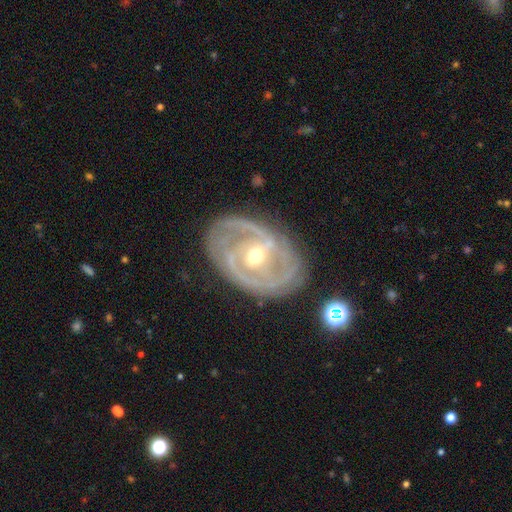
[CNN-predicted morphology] Smooth or featured? Predicted: featured or disk (p=0.89). Edge-on disk? Predicted: no (p=0.96). Bar? Predicted: weak (p=0.43). Spiral arms? Predicted: yes (p=0.93). Spiral winding? Predicted: tight (p=0.55). Spiral arm count? Predicted: 2 (p=0.57). Bulge size? Predicted: moderate (p=0.61). Merging? Predicted: none (p=0.77).